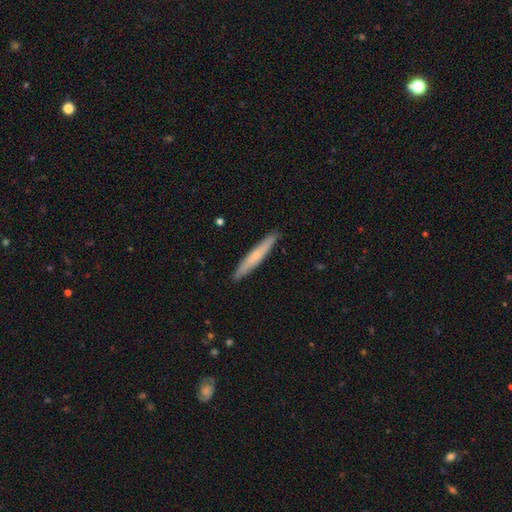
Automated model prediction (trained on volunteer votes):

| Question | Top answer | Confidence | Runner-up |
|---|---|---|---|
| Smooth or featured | smooth | 60% | featured or disk (35%) |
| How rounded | cigar-shaped | 95% | in between (4%) |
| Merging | none | 91% | minor disturbance (7%) |